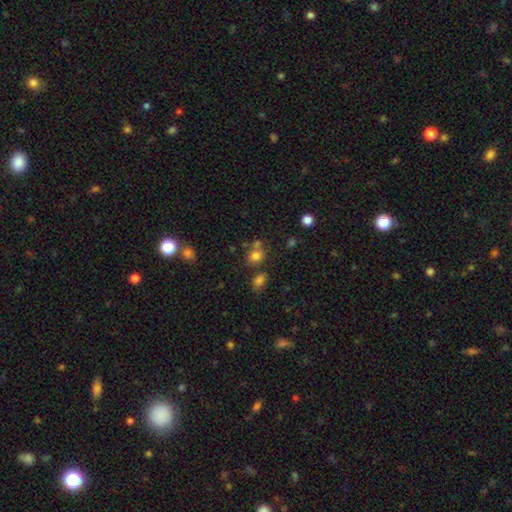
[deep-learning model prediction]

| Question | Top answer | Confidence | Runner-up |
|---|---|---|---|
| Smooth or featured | smooth | 74% | star or artifact (16%) |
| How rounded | round | 62% | in between (36%) |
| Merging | none | 56% | merger (27%) |